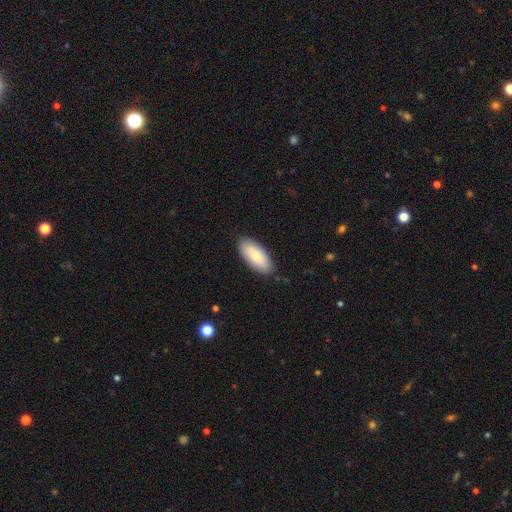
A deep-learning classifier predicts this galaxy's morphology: Smooth or featured? Predicted: smooth (p=0.81). How rounded? Predicted: in between (p=0.88). Merging? Predicted: none (p=0.84).